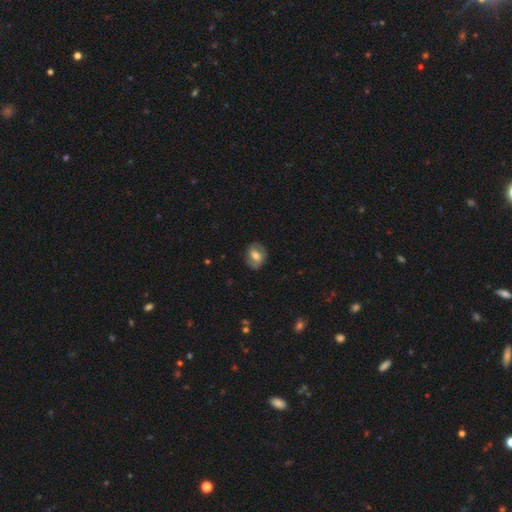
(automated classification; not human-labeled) Overall: smooth (54%; featured or disk 39%). How rounded: in between (52%; round 46%). Merging: none (79%).